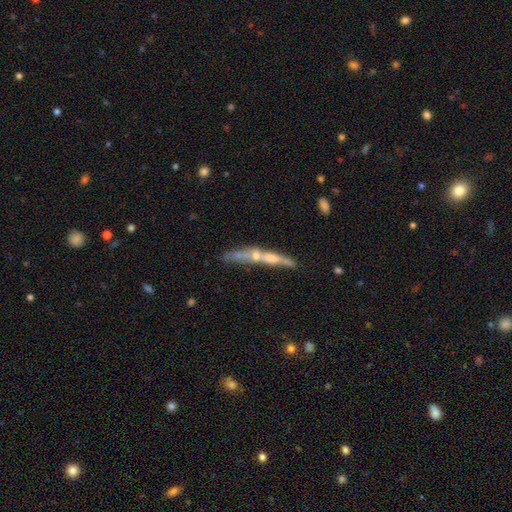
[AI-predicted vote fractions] Smooth or featured?
  - featured or disk: 54% *
  - smooth: 38%
  - star or artifact: 8%
Edge-on disk?
  - yes: 67% *
  - no: 33%
Merging?
  - merger: 50% *
  - none: 30%
  - minor disturbance: 12%
  - major disturbance: 9%